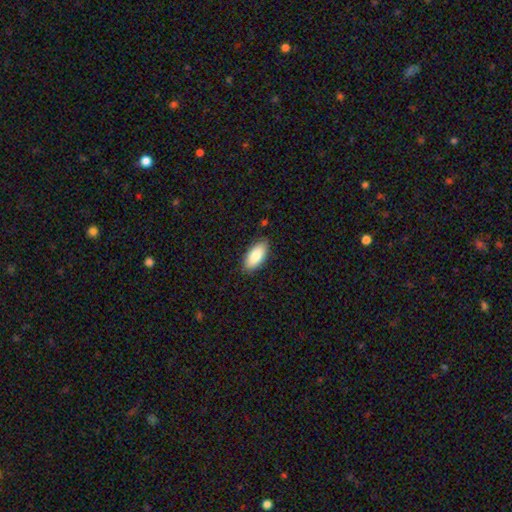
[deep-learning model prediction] smooth 84%, featured or disk 10%, star or artifact 6%. Down the decision tree: how rounded — in between (91%); merging — none (85%).